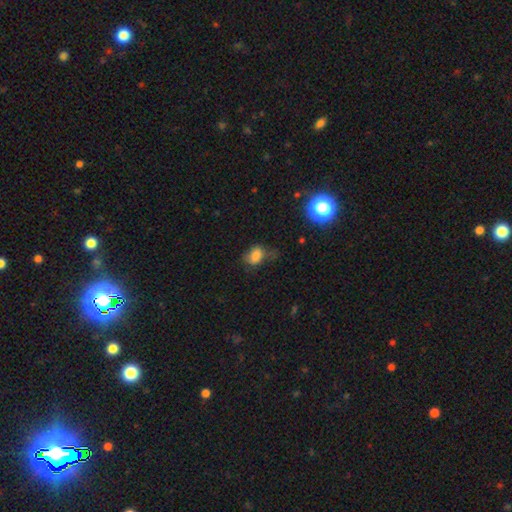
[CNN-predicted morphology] Q: Smooth or featured?
A: smooth (77%); runner-up: star or artifact (13%)
Q: How rounded?
A: in between (73%); runner-up: round (25%)
Q: Merging?
A: none (49%); runner-up: minor disturbance (31%)